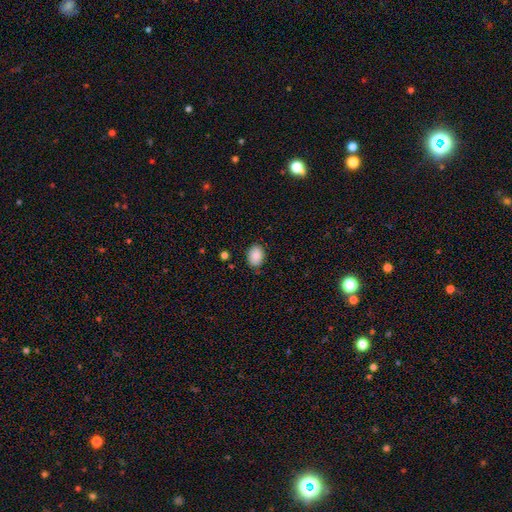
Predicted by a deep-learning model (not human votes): Q: Smooth or featured?
A: smooth (88%); runner-up: star or artifact (8%)
Q: How rounded?
A: in between (70%); runner-up: round (29%)
Q: Merging?
A: none (84%); runner-up: minor disturbance (12%)